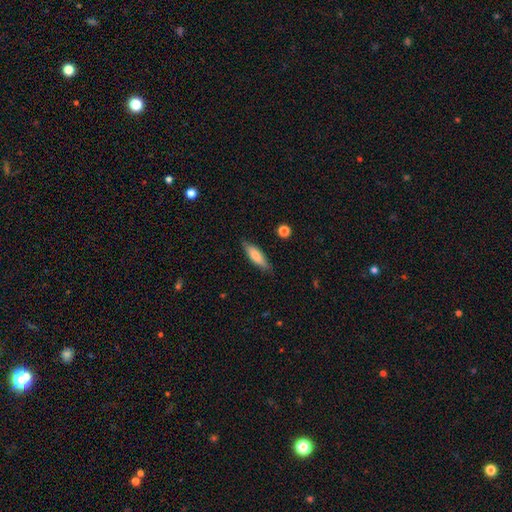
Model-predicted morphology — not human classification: Smooth or featured? smooth (70%)
How rounded? cigar-shaped (58%)
Merging? none (84%)